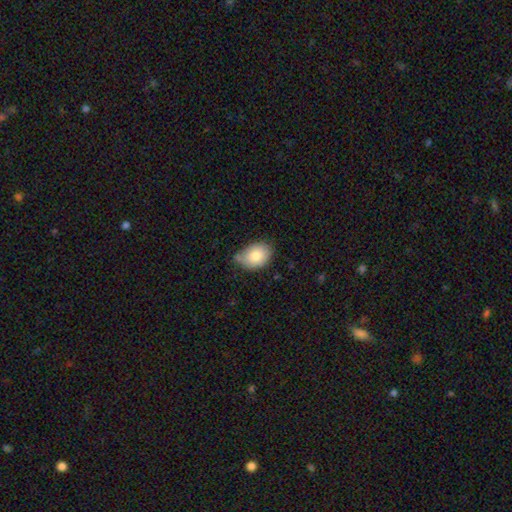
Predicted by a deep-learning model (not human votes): A smooth galaxy with no disk features (83%) that is in between round and cigar-shaped (73%).

Vote fractions:
- Smooth or featured? smooth: 83% / featured or disk: 10% / star or artifact: 8%
- How rounded? in between: 73% / round: 26% / cigar-shaped: 1%
- Merging? none: 59% / minor disturbance: 32% / major disturbance: 5% / merger: 4%